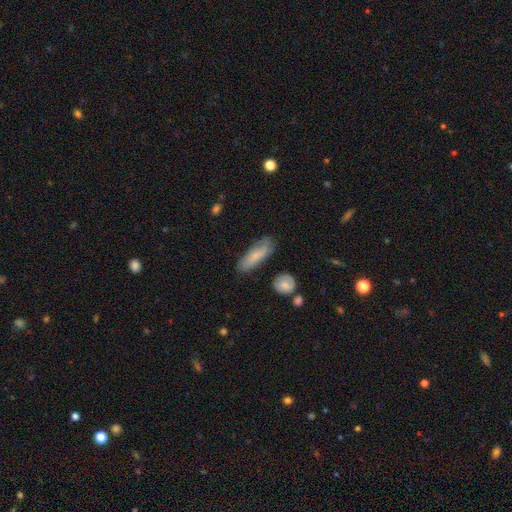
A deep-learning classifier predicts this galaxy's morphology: A smooth galaxy with no disk features (73%) that is in between round and cigar-shaped (54%). Merging: none (70%).